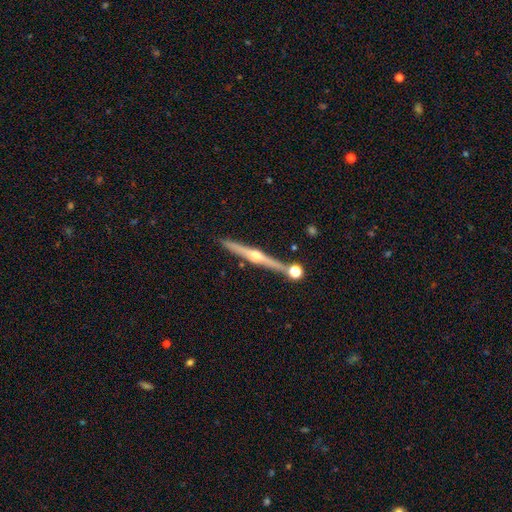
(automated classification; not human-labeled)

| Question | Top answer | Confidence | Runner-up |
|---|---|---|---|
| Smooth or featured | featured or disk | 78% | smooth (16%) |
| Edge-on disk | yes | 98% | no (2%) |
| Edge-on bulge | rounded | 92% | none (4%) |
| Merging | none | 82% | minor disturbance (9%) |